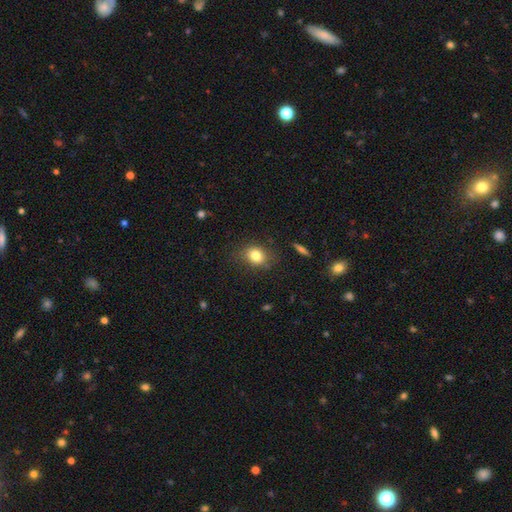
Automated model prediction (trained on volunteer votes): This appears to be a smooth galaxy with no disk features (81%) that is in between round and cigar-shaped (50%). Merging: none (78%).